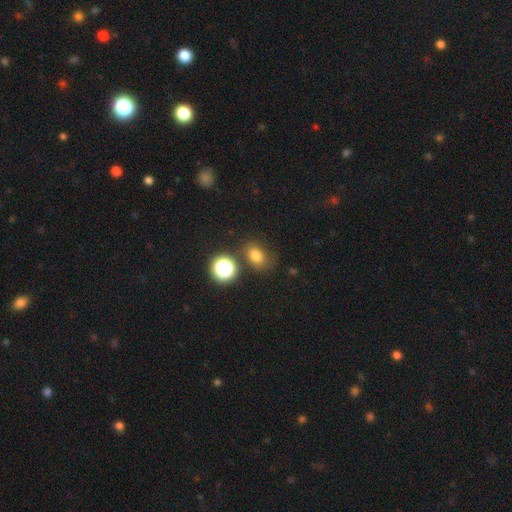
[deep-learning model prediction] Smooth or featured?
  - smooth: 75% *
  - star or artifact: 17%
  - featured or disk: 8%
How rounded?
  - in between: 61% *
  - round: 38%
  - cigar-shaped: 1%
Merging?
  - none: 71% *
  - minor disturbance: 16%
  - merger: 7%
  - major disturbance: 6%